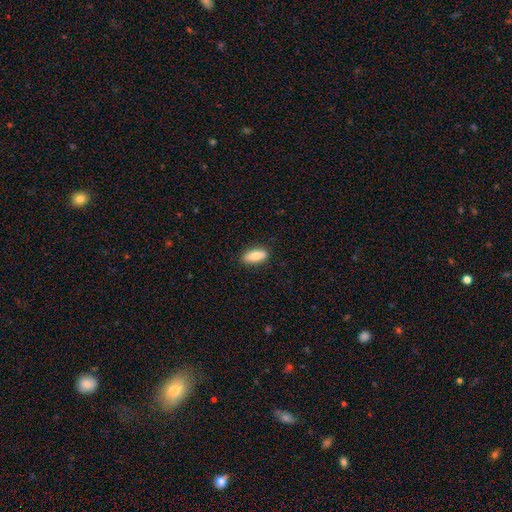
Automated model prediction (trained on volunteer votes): Overall: smooth (82%). How rounded: in between (78%). Merging: none (88%).